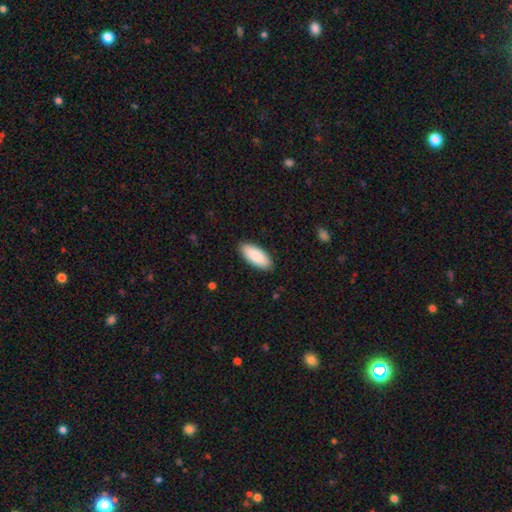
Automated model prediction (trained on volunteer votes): Q: Smooth or featured?
A: smooth (90%); runner-up: star or artifact (5%)
Q: How rounded?
A: in between (86%); runner-up: cigar-shaped (13%)
Q: Merging?
A: none (90%); runner-up: minor disturbance (8%)